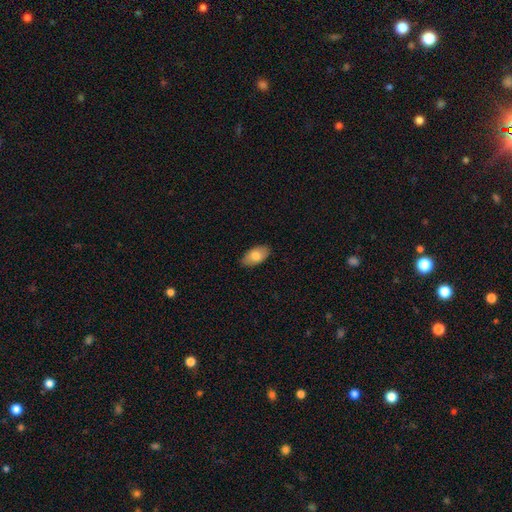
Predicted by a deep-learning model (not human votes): smooth-or-featured: smooth: 77% | featured or disk: 17% | star or artifact: 6%
  how-rounded: in between: 94% | round: 4% | cigar-shaped: 2%
  merging: none: 85% | minor disturbance: 12% | major disturbance: 2% | merger: 1%